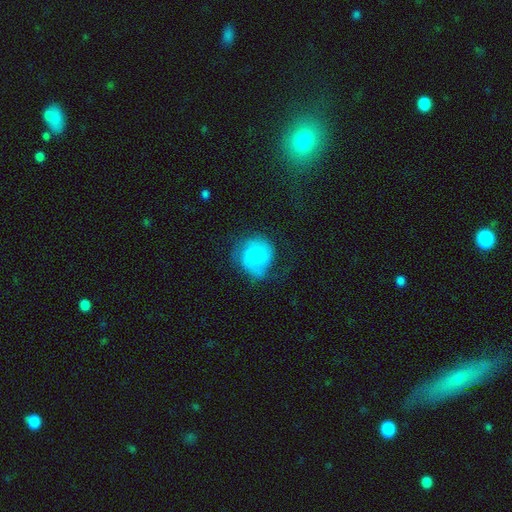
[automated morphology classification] Smooth or featured: featured or disk — 47% (smooth — 45%)
Merging: none — 46% (minor disturbance — 26%)